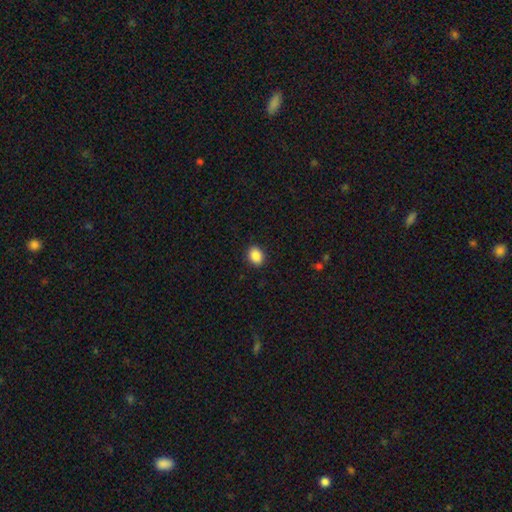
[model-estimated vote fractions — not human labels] smooth 89%, star or artifact 8%, featured or disk 3%. Down the decision tree: how rounded — in between (60%); merging — none (90%).